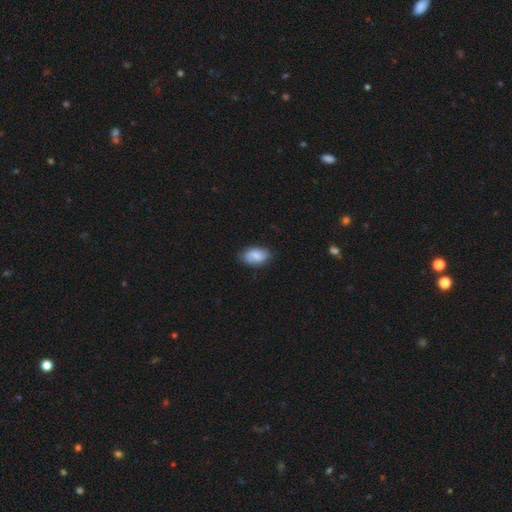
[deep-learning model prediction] smooth-or-featured: smooth: 75% | featured or disk: 17% | star or artifact: 7%
  how-rounded: in between: 91% | round: 7% | cigar-shaped: 2%
  merging: none: 76% | minor disturbance: 19% | major disturbance: 4% | merger: 1%